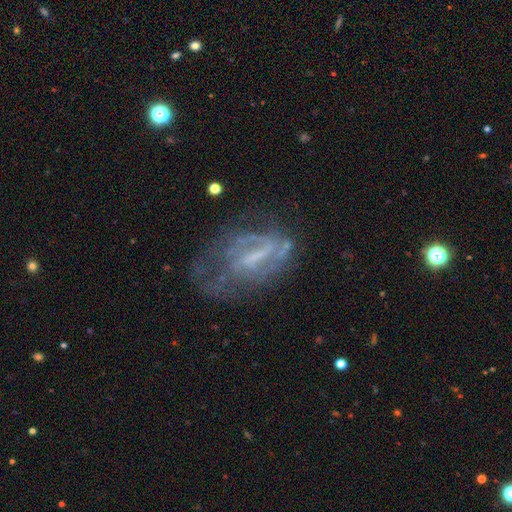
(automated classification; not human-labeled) Smooth or featured: featured or disk — 71% (smooth — 17%)
Edge-on disk: no — 94% (yes — 6%)
Bar: weak — 40% (strong — 31%)
Spiral arms: yes — 61% (no — 39%)
Bulge size: none — 45% (small — 30%)
Merging: none — 42% (major disturbance — 30%)